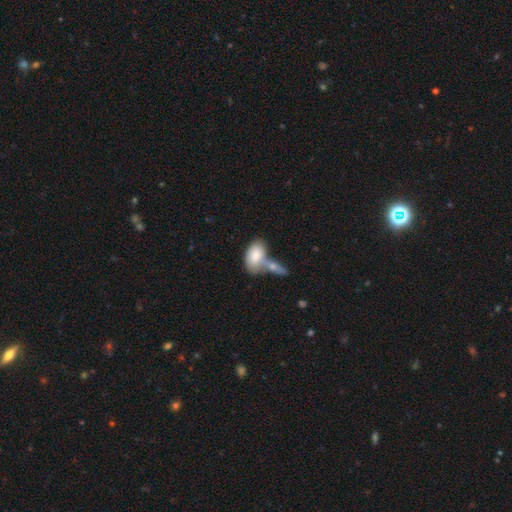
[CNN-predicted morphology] smooth 79%, featured or disk 16%, star or artifact 6%. Down the decision tree: how rounded — in between (92%); merging — merger (53%).